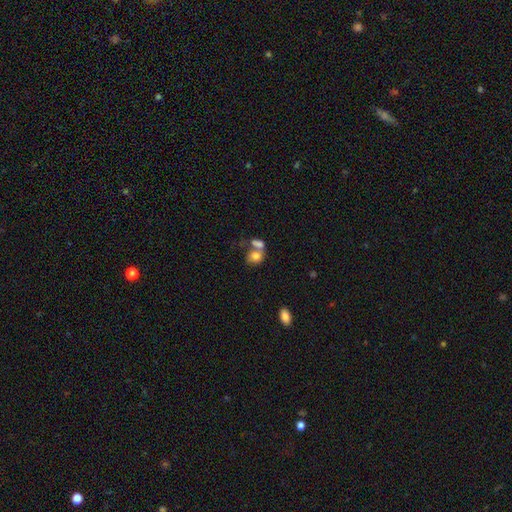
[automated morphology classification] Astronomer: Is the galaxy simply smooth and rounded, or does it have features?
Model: smooth — 72%.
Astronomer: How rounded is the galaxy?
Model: round — 53% (runner-up: in between, 46%).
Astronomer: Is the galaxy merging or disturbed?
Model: merger — 55%.